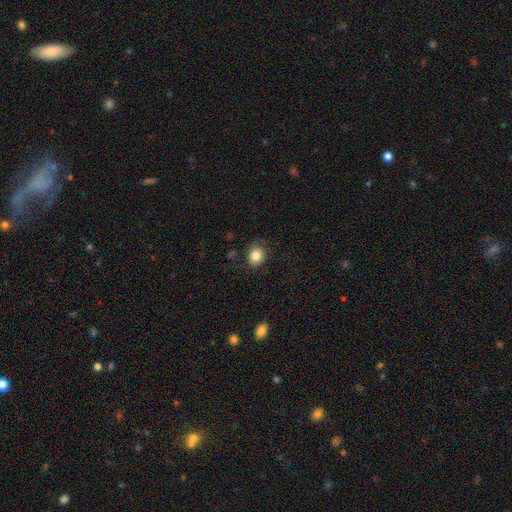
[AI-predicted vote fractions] Smooth or featured?
  - smooth: 79% *
  - featured or disk: 12%
  - star or artifact: 9%
How rounded?
  - round: 59% *
  - in between: 40%
  - cigar-shaped: 1%
Merging?
  - none: 72% *
  - minor disturbance: 20%
  - major disturbance: 7%
  - merger: 1%